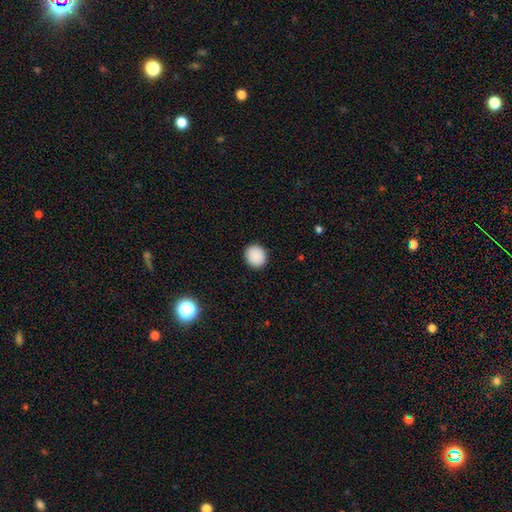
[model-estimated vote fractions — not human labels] smooth-or-featured: smooth: 90% | star or artifact: 8% | featured or disk: 2%
  how-rounded: round: 84% | in between: 16% | cigar-shaped: 1%
  merging: none: 92% | minor disturbance: 6% | major disturbance: 2% | merger: 1%